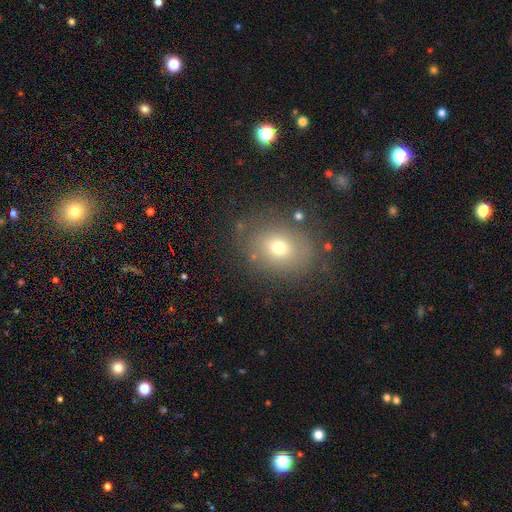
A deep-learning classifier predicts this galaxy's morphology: This appears to be a smooth galaxy with no disk features (55%) that is round (51%). Merging: none (83%).